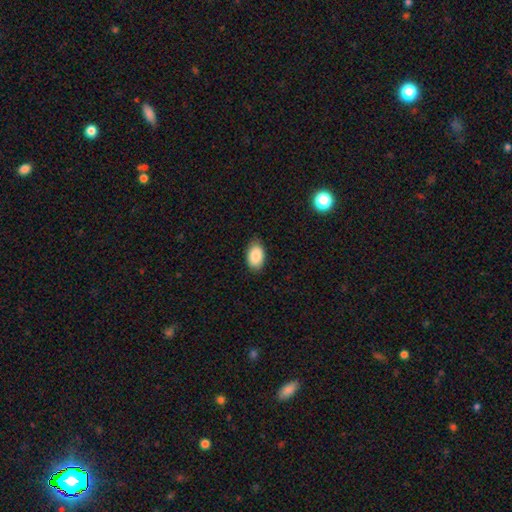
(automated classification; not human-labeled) This is clearly a smooth galaxy (88%). How rounded: clearly in between (92%). Merging: clearly none (85%).